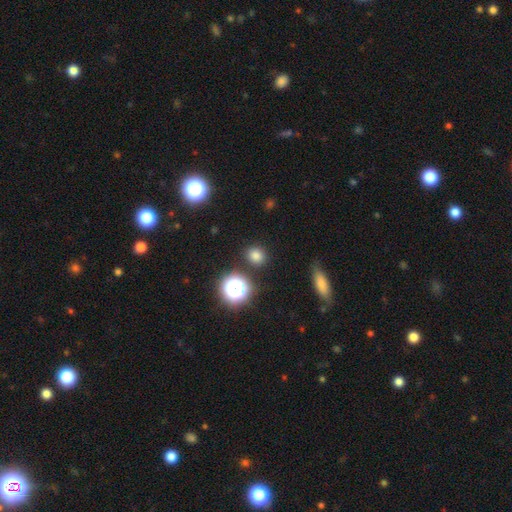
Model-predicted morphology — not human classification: The model was most divided on "smooth or featured": smooth: 78%, star or artifact: 18%, featured or disk: 5%. More confident: merging — none (87%); how rounded — round (83%).